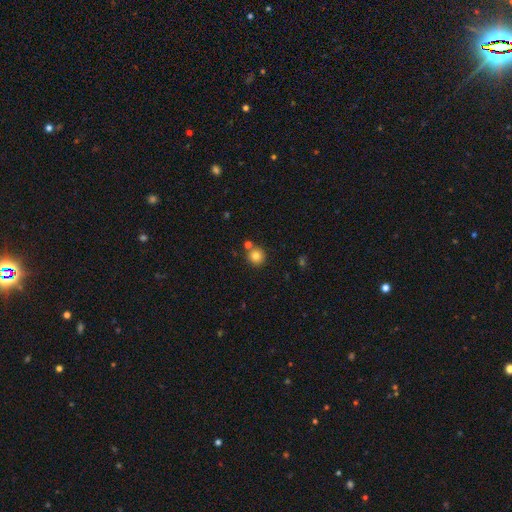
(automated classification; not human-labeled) Morphology: type=smooth (81%); roundness=round (93%); merging=none (76%).